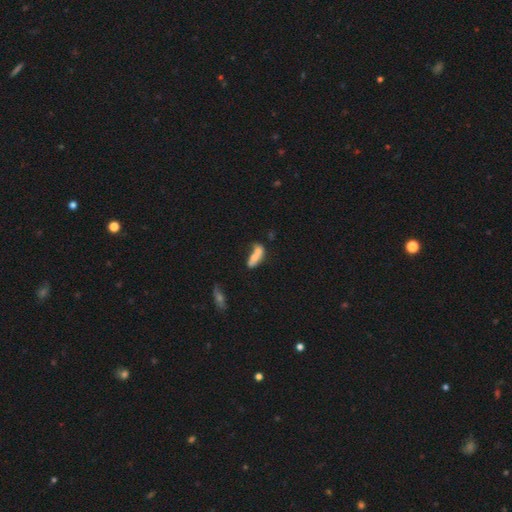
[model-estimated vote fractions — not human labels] The model was most divided on "smooth or featured": smooth: 61%, featured or disk: 29%, star or artifact: 10%. More confident: how rounded — in between (75%); merging — merger (59%).